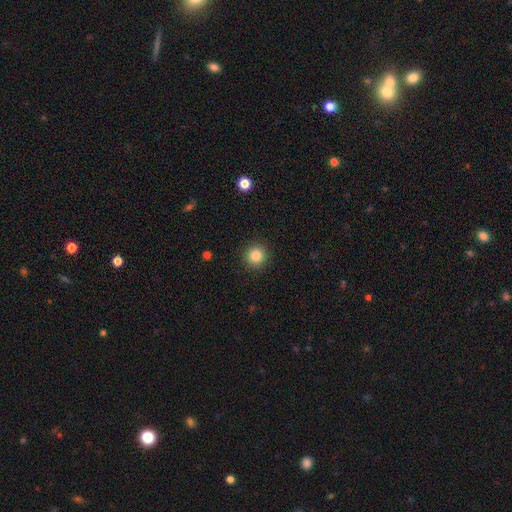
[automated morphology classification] Smooth or featured? smooth (84%)
How rounded? round (94%)
Merging? none (92%)